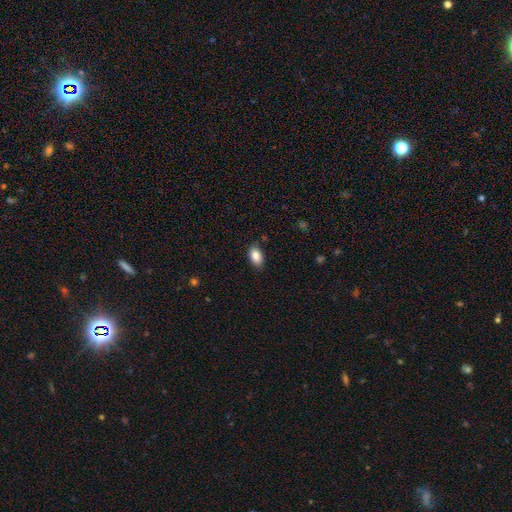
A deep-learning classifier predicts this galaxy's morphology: The model was most divided on "merging": none: 84%, minor disturbance: 12%, major disturbance: 2%, merger: 1%. More confident: how rounded — in between (91%); smooth or featured — smooth (87%).